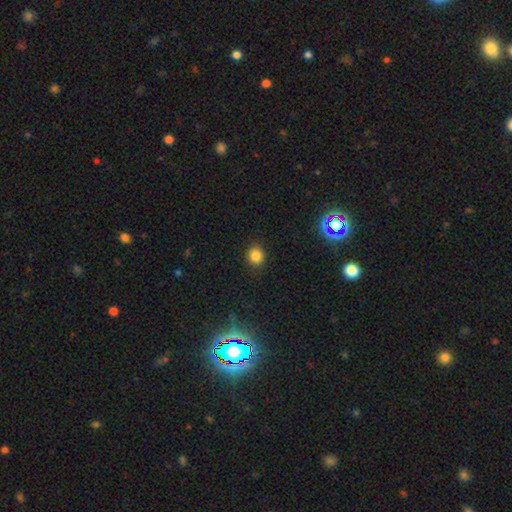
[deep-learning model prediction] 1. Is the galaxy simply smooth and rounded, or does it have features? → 83% smooth, 13% star or artifact, 4% featured or disk.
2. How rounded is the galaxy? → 80% round, 19% in between, 1% cigar-shaped.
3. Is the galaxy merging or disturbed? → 90% none, 7% minor disturbance, 2% major disturbance, 1% merger.